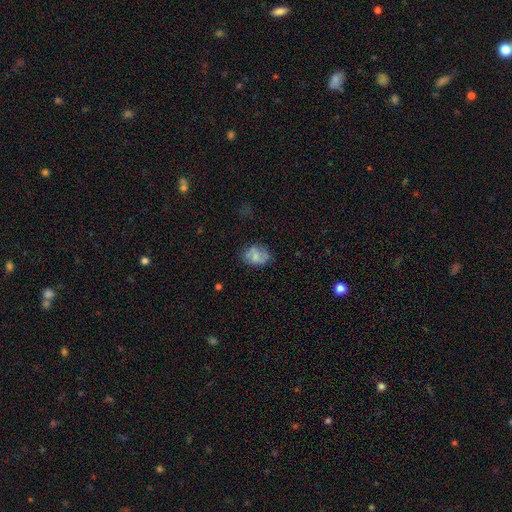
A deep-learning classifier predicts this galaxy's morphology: smooth 65%, featured or disk 26%, star or artifact 9%. Down the decision tree: how rounded — in between (70%); merging — none (65%).